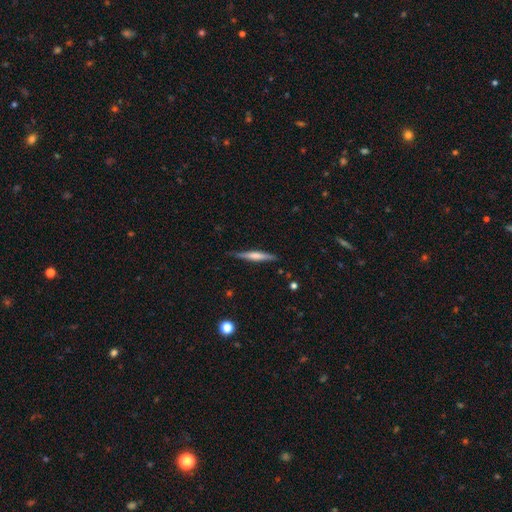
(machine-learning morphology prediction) The model was most divided on "smooth or featured": featured or disk: 51%, smooth: 43%, star or artifact: 6%. More confident: edge-on disk — yes (97%); merging — none (85%).